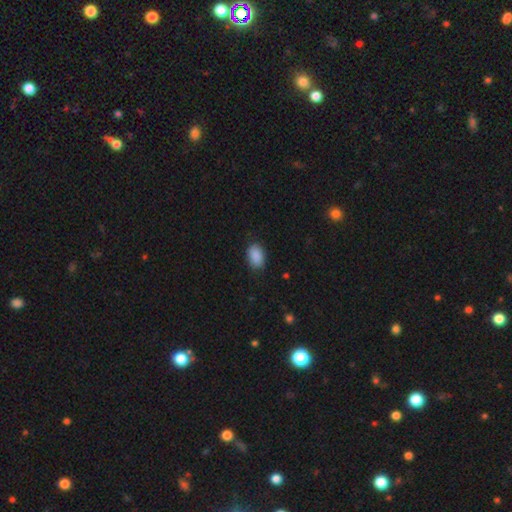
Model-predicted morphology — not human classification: Overall: smooth (90%). How rounded: in between (88%). Merging: none (84%).